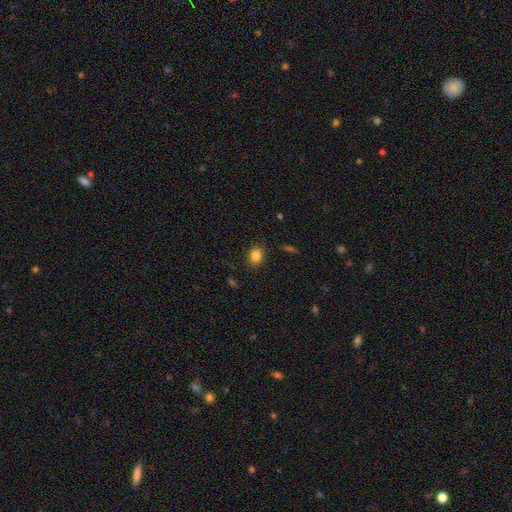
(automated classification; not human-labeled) Q: Smooth or featured?
A: smooth (83%); runner-up: star or artifact (10%)
Q: How rounded?
A: in between (65%); runner-up: round (33%)
Q: Merging?
A: none (86%); runner-up: minor disturbance (10%)